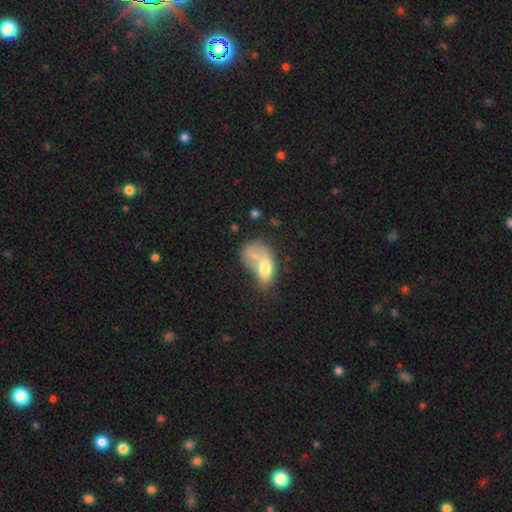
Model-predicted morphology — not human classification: Smooth or featured? Predicted: smooth (p=0.64). How rounded? Predicted: in between (p=0.80). Merging? Predicted: merger (p=0.43).